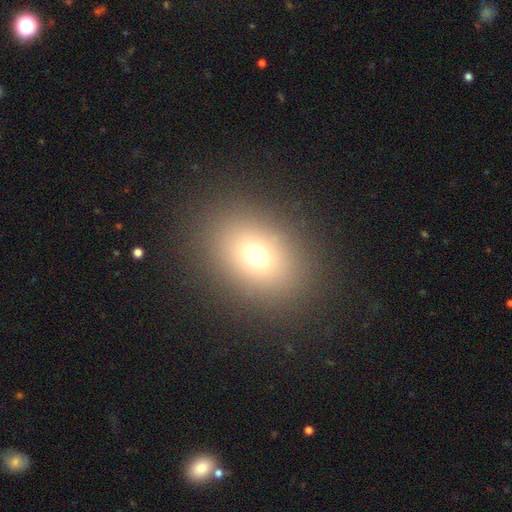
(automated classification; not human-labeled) This appears to be a smooth galaxy with no disk features (71%) that is in between round and cigar-shaped (60%). Merging: none (88%).